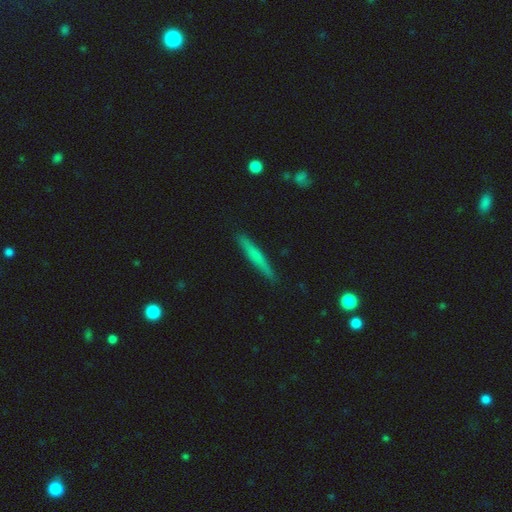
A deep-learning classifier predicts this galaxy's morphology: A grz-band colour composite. It shows a smooth galaxy with no disk features (61%) that is cigar-shaped (95%). Merging: none (89%).